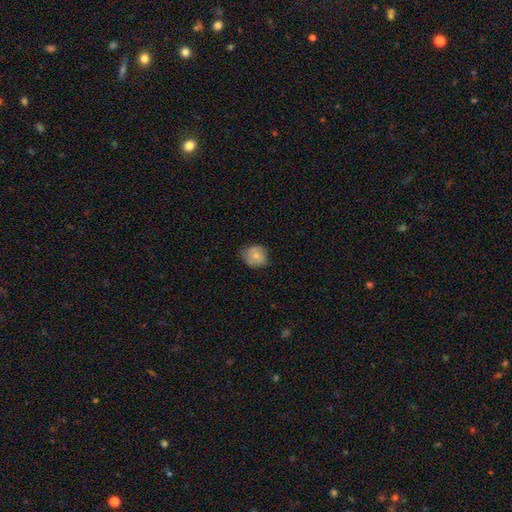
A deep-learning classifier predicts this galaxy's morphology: smooth 74%, featured or disk 18%, star or artifact 8%. Down the decision tree: how rounded — round (77%); merging — none (65%).